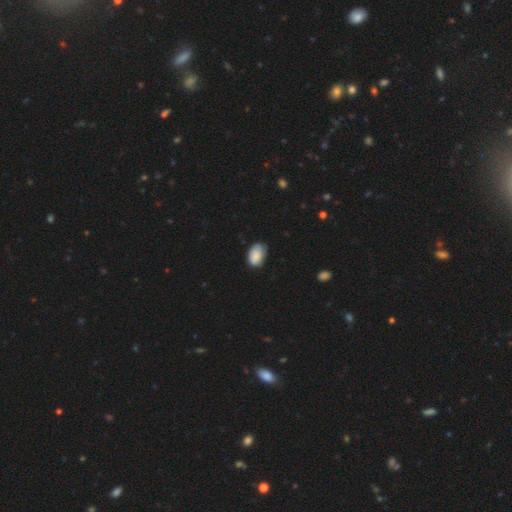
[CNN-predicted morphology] This appears to be a smooth galaxy with no disk features (85%) that is in between round and cigar-shaped (84%). Merging: none (63%).